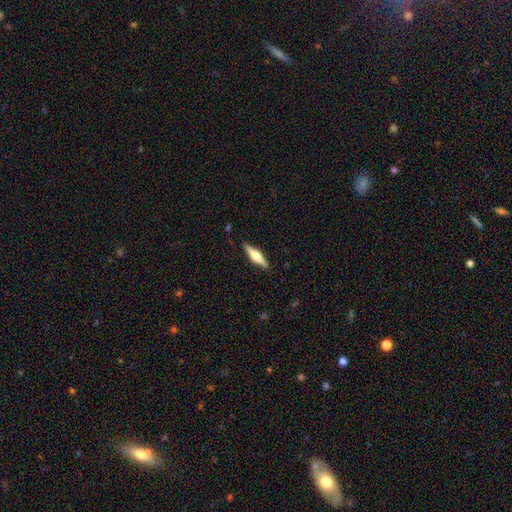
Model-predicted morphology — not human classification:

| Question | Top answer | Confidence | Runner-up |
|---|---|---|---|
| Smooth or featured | featured or disk | 58% | smooth (37%) |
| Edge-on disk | yes | 96% | no (4%) |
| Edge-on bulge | rounded | 93% | boxy (5%) |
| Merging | none | 90% | minor disturbance (8%) |